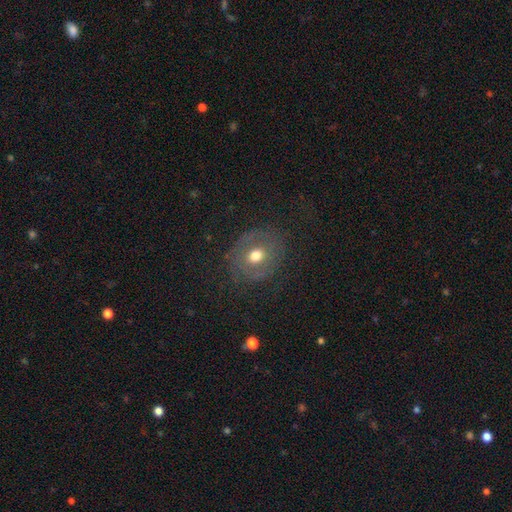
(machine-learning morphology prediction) The model was most divided on "smooth or featured": smooth: 50%, featured or disk: 35%, star or artifact: 14%. More confident: merging — none (74%); how rounded — round (68%).